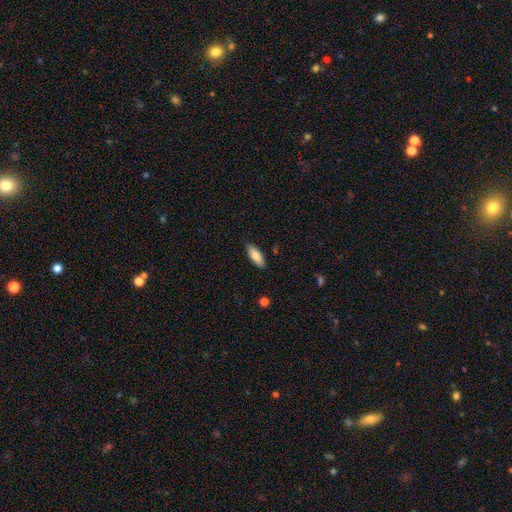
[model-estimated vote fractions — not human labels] Smooth or featured? Predicted: smooth (p=0.85). How rounded? Predicted: in between (p=0.71). Merging? Predicted: none (p=0.86).